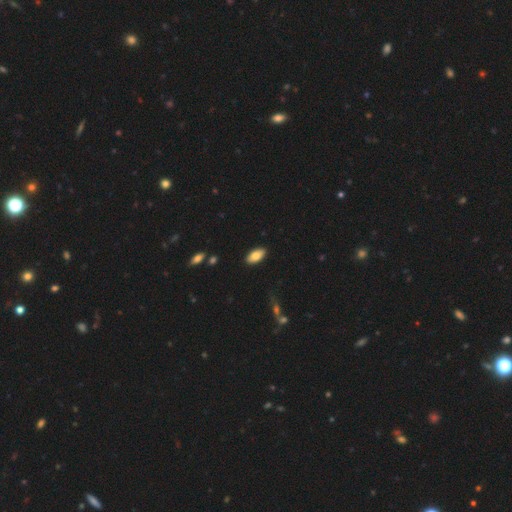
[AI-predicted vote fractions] smooth 81%, featured or disk 12%, star or artifact 7%. Down the decision tree: how rounded — in between (92%); merging — none (89%).